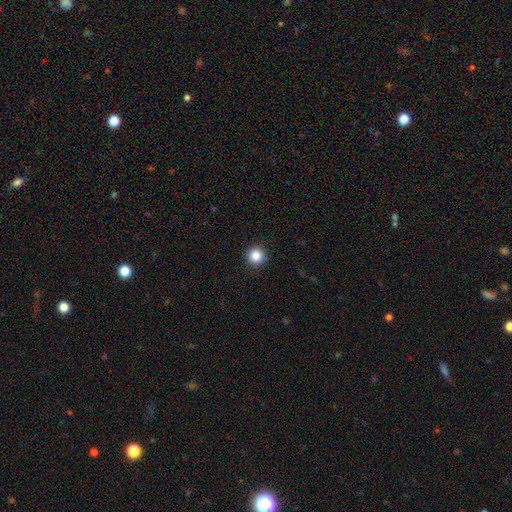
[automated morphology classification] Smooth or featured?
  - smooth: 86% *
  - star or artifact: 10%
  - featured or disk: 4%
How rounded?
  - round: 95% *
  - in between: 4%
  - cigar-shaped: 1%
Merging?
  - none: 92% *
  - minor disturbance: 5%
  - major disturbance: 2%
  - merger: 1%